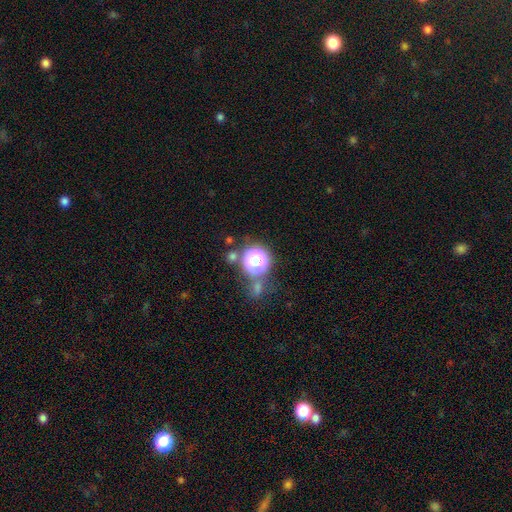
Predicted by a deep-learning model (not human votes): Smooth or featured? star or artifact (53%)